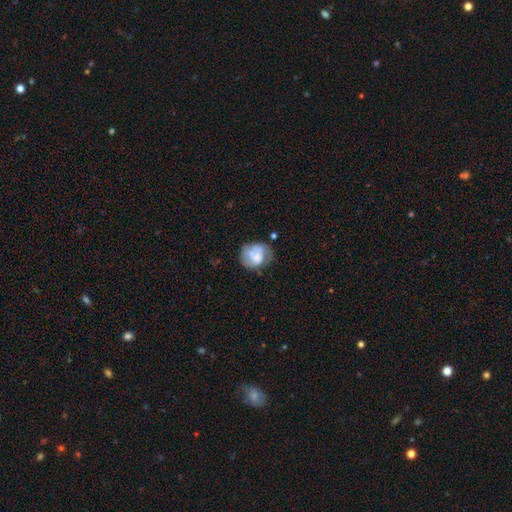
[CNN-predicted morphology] Smooth or featured: smooth — 55% (featured or disk — 37%)
How rounded: round — 65% (in between — 34%)
Merging: none — 44% (minor disturbance — 29%)